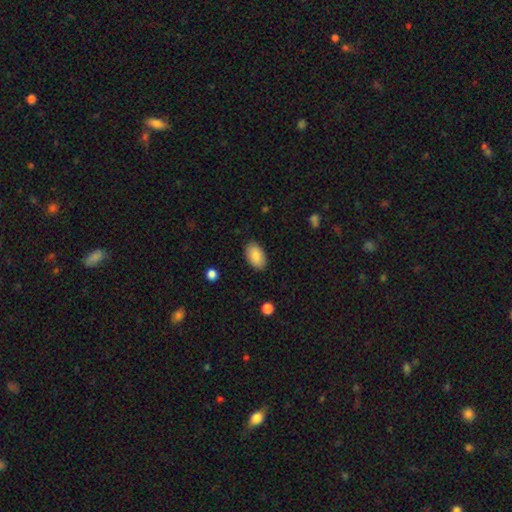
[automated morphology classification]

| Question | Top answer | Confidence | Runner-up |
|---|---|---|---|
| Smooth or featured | smooth | 87% | featured or disk (7%) |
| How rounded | in between | 94% | round (4%) |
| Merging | none | 87% | minor disturbance (10%) |